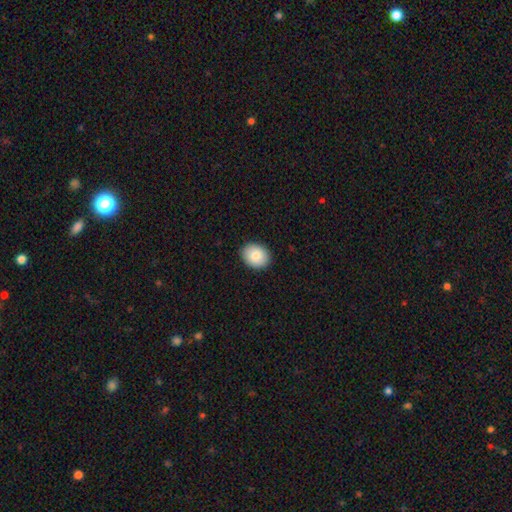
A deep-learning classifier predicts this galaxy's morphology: Overall: smooth (84%). How rounded: in between (51%; round 49%). Merging: none (90%).